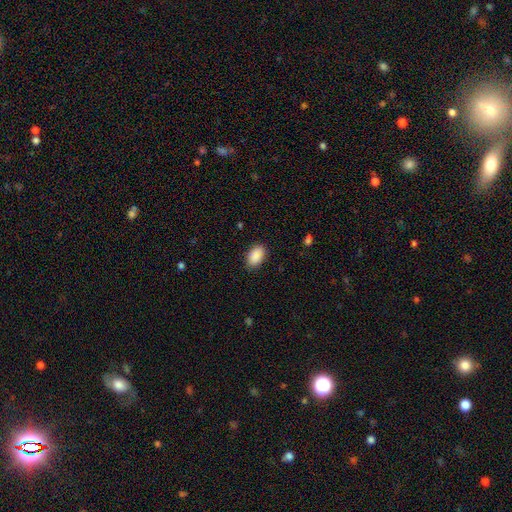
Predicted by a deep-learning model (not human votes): Smooth or featured? Predicted: smooth (p=0.90). How rounded? Predicted: in between (p=0.92). Merging? Predicted: none (p=0.88).